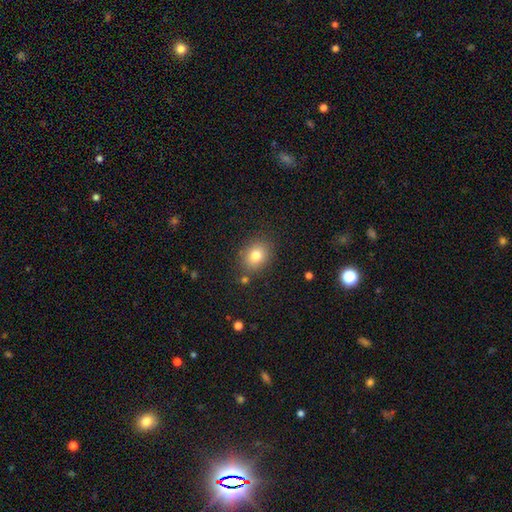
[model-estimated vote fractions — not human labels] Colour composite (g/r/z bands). It shows a smooth galaxy with no disk features (79%) that is round (55%). Merging: none (82%).